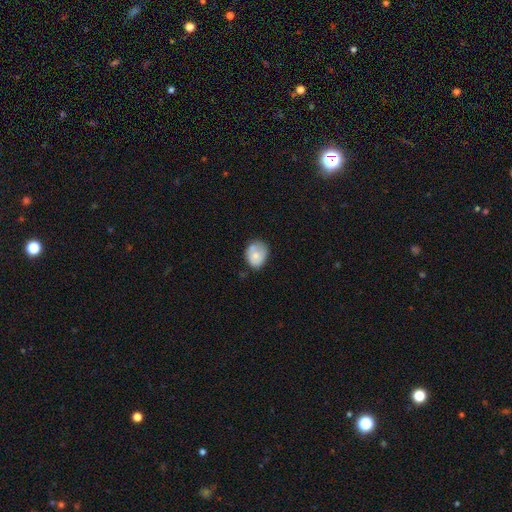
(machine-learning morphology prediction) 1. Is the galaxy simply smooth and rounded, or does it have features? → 71% smooth, 21% featured or disk, 8% star or artifact.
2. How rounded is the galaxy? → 52% in between, 47% round, 1% cigar-shaped.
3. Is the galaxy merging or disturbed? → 49% none, 26% minor disturbance, 17% merger, 8% major disturbance.